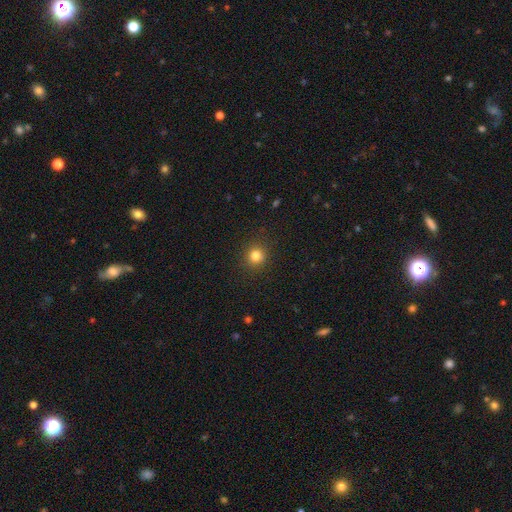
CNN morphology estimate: smooth_or_featured: smooth (p=0.81) [alt: star or artifact p=0.13]
how_rounded: round (p=0.90) [alt: in between p=0.09]
merging: none (p=0.90) [alt: minor disturbance p=0.07]